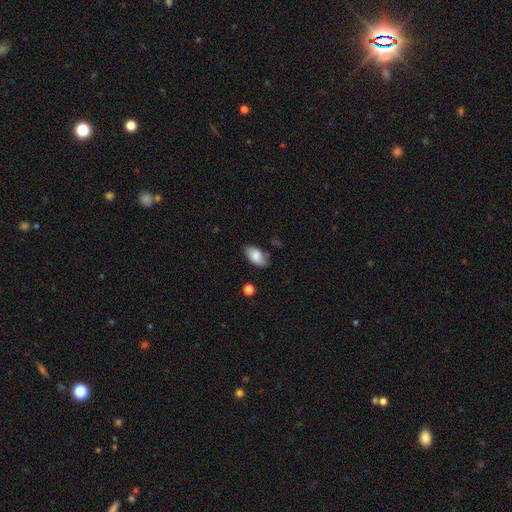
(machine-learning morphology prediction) Smooth or featured: smooth — 83% (featured or disk — 10%)
How rounded: in between — 94% (round — 4%)
Merging: none — 74% (minor disturbance — 19%)